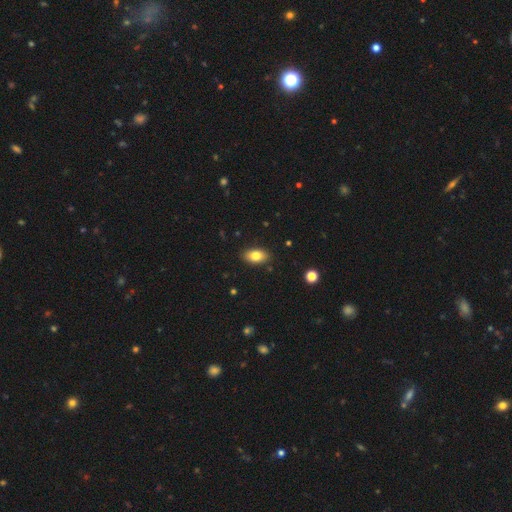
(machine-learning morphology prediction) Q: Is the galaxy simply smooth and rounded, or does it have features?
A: smooth — 80%.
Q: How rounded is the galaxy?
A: in between — 90%.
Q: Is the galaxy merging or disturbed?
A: none — 88%.